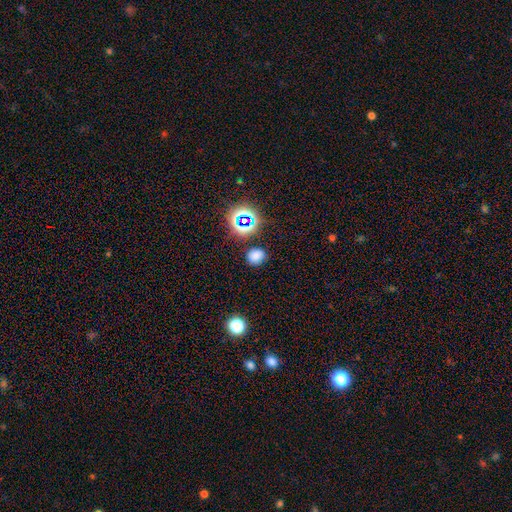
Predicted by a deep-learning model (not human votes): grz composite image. It shows a smooth galaxy with no disk features (73%) that is round (62%). Merging: none (83%).